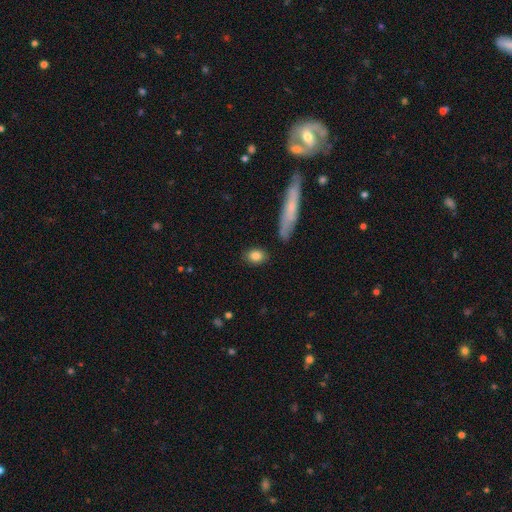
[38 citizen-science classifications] Smooth or featured: smooth — 84% (featured or disk — 8%)
How rounded: in between — 84% (round — 12%)
Merging: none — 97% (minor disturbance — 3%)